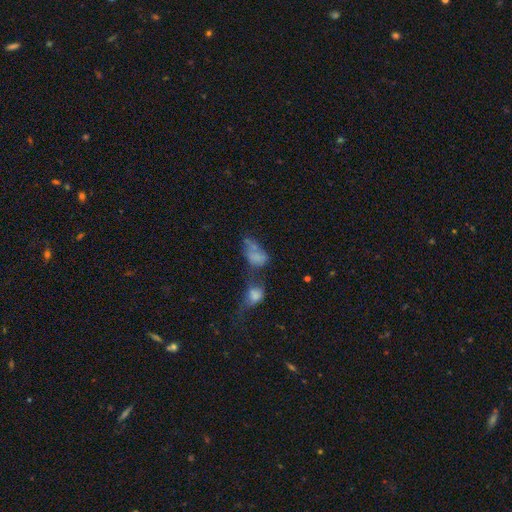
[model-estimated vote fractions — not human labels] Morphology: type=smooth (64%); roundness=in between (85%); merging=merger (55%).